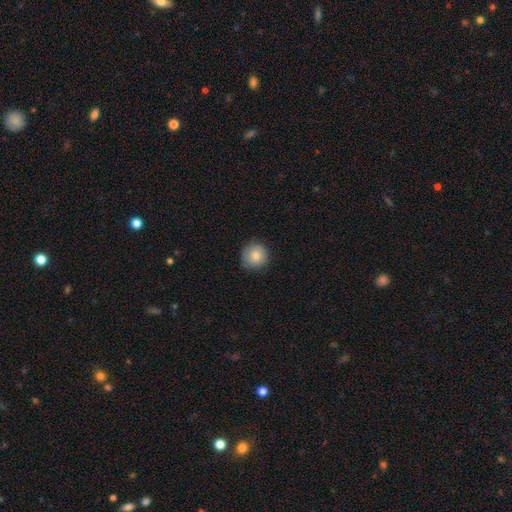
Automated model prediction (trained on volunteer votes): Smooth or featured? smooth (80%)
How rounded? round (93%)
Merging? none (83%)